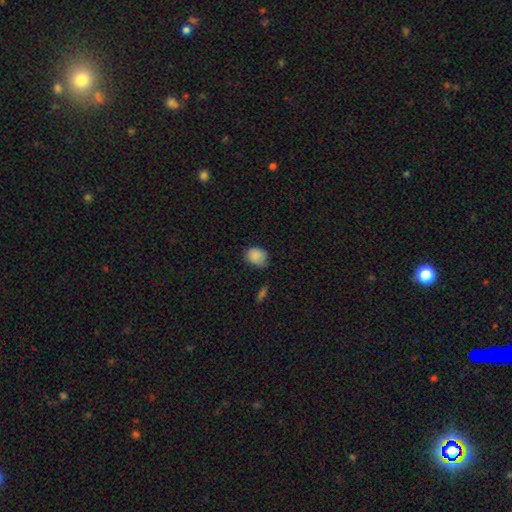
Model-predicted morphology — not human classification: This is clearly a smooth galaxy (87%). How rounded: possibly in between (50%). Merging: likely none (62%).